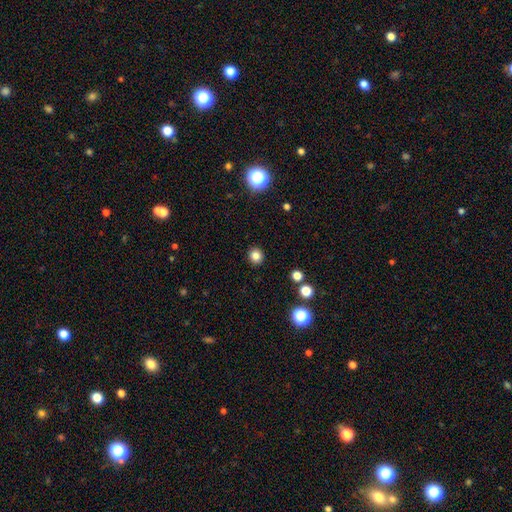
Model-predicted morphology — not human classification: This is clearly a smooth galaxy (81%). How rounded: clearly round (88%). Merging: clearly none (92%).